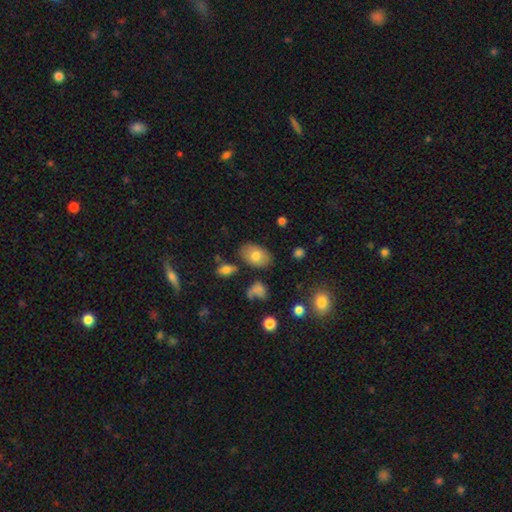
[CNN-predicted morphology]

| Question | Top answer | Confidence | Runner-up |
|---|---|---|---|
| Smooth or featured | smooth | 74% | featured or disk (18%) |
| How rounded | in between | 87% | round (11%) |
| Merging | none | 76% | minor disturbance (15%) |